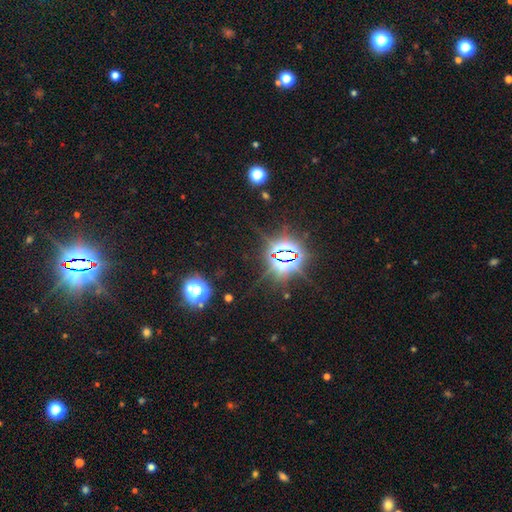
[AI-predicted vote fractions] A star or artifact, not a galaxy (84%).